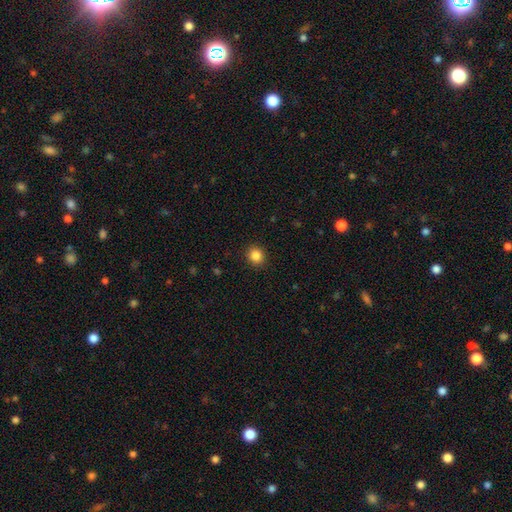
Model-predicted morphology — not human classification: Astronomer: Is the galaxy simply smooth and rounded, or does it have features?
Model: smooth — 85%.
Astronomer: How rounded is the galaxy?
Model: round — 86%.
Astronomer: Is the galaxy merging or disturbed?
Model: none — 92%.